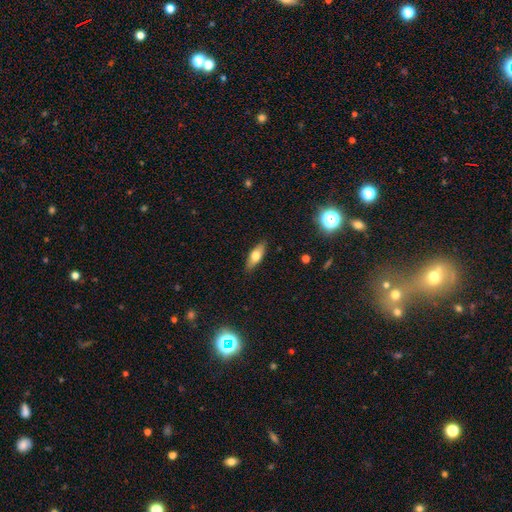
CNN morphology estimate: Overall: smooth (66%). How rounded: in between (70%). Merging: none (86%).